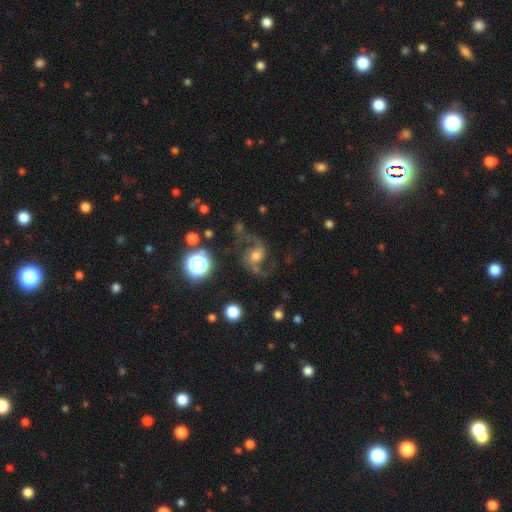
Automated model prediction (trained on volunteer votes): A featured or disk galaxy (81%) with no bar (46%), 2 (91%) medium (48%) spiral arms (96%) and a moderate central bulge (60%).

Vote fractions:
- Smooth or featured? featured or disk: 81% / star or artifact: 12% / smooth: 7%
- Edge-on disk? no: 97% / yes: 3%
- Bar? no: 46% / weak: 40% / strong: 14%
- Spiral arms? yes: 96% / no: 4%
- Spiral winding? medium: 48% / loose: 42% / tight: 9%
- Spiral arm count? 2: 91% / can't tell: 3% / 1: 2% / 3: 2% / 4: 1% / more than 4: 1%
- Bulge size? moderate: 60% / small: 27% / large: 9% / none: 3% / dominant: 2%
- Merging? none: 73% / minor disturbance: 14% / major disturbance: 10% / merger: 3%